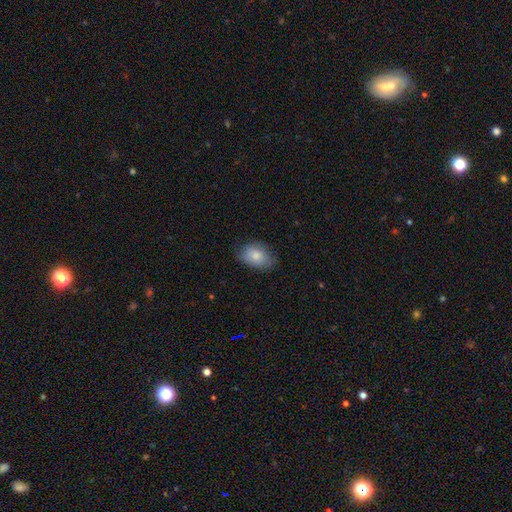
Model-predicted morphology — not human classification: smooth_or_featured: smooth (p=0.83) [alt: featured or disk p=0.10]
how_rounded: in between (p=0.86) [alt: round p=0.12]
merging: none (p=0.76) [alt: minor disturbance p=0.19]